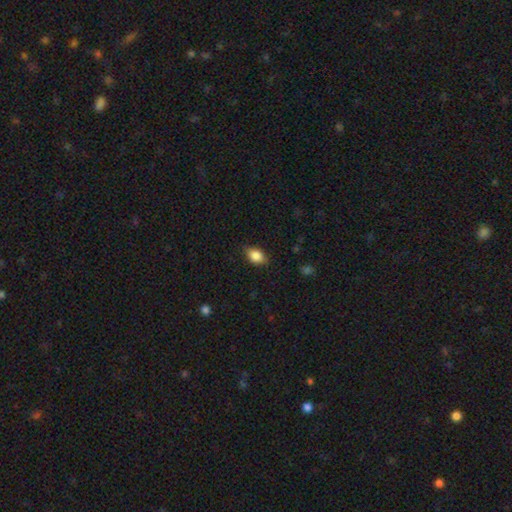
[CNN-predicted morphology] This appears to be a smooth galaxy with no disk features (84%) that is in between round and cigar-shaped (77%). Merging: none (78%).